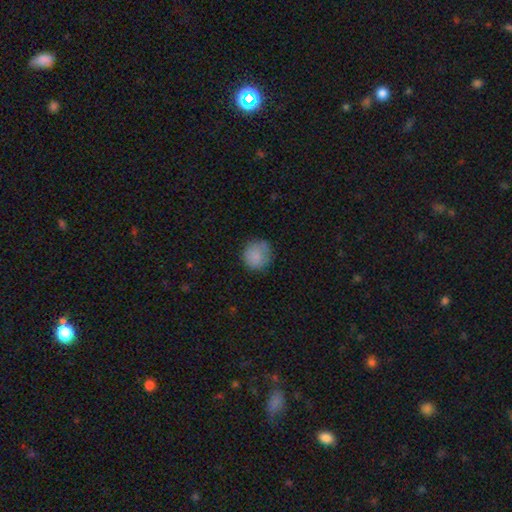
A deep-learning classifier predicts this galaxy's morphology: Overall: smooth (84%). How rounded: round (91%). Merging: none (74%).